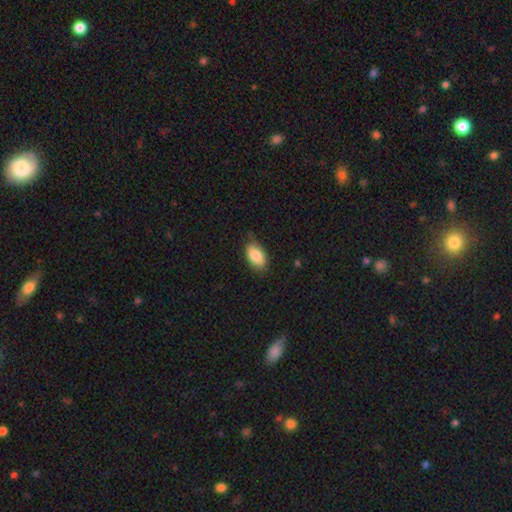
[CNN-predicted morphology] This is clearly a smooth galaxy (85%). How rounded: clearly in between (92%). Merging: likely none (74%).